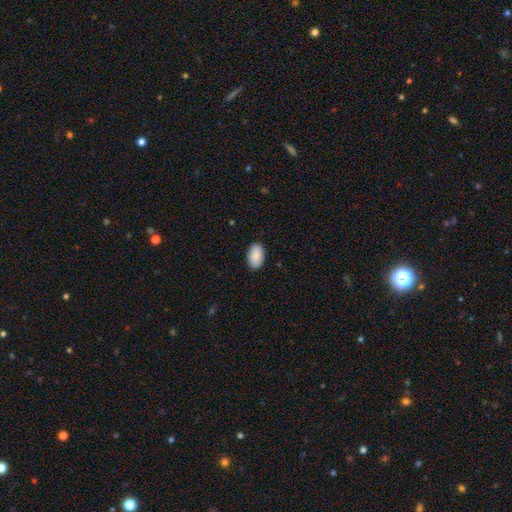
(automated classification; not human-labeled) This appears to be a smooth galaxy with no disk features (88%) that is in between round and cigar-shaped (94%). Merging: none (89%).